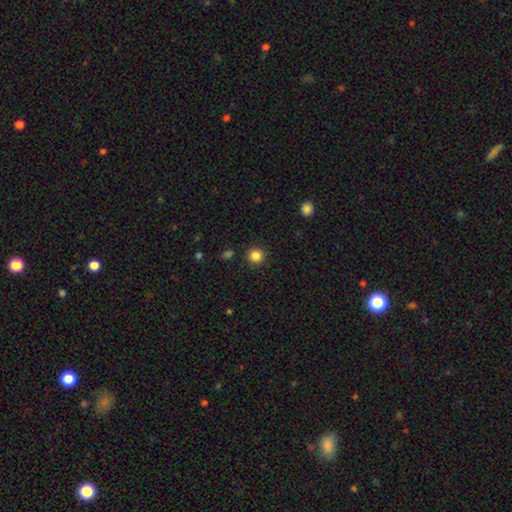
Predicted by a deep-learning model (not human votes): Overall: smooth (85%). How rounded: round (93%). Merging: none (91%).